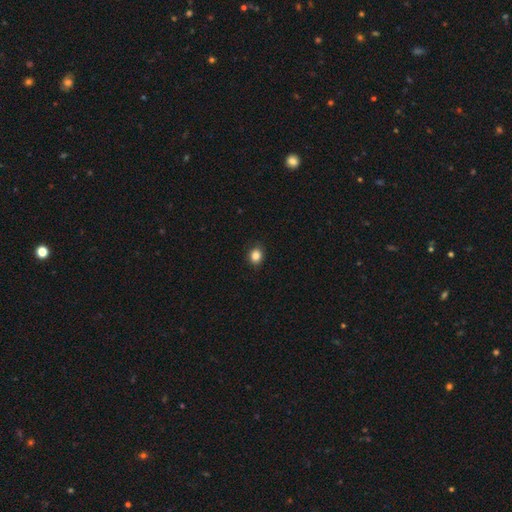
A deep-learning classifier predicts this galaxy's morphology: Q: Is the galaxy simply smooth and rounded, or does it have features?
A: smooth — 86%.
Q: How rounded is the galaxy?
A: round — 62%.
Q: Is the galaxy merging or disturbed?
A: none — 87%.